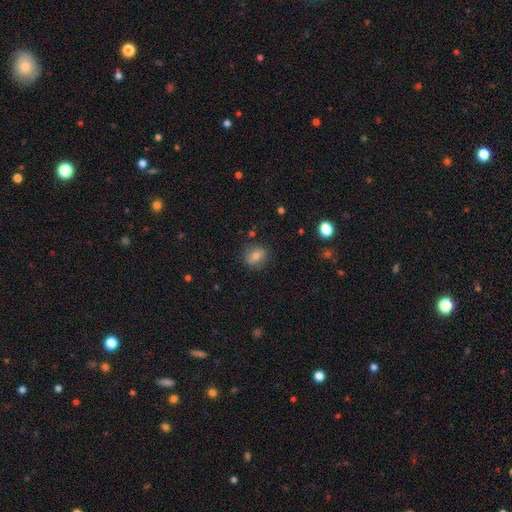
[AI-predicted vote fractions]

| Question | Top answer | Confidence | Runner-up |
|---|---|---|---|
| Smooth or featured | smooth | 74% | featured or disk (15%) |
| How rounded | round | 58% | in between (41%) |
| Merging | none | 82% | minor disturbance (13%) |